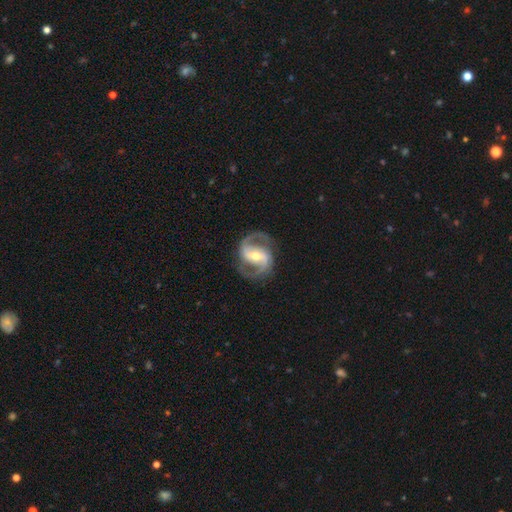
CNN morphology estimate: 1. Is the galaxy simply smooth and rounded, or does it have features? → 92% featured or disk, 4% smooth, 4% star or artifact.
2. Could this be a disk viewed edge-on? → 98% no, 2% yes.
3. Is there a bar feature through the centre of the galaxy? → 44% strong, 39% weak, 16% no.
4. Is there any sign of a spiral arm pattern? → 98% yes, 2% no.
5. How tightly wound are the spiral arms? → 61% medium, 21% tight, 18% loose.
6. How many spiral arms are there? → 93% 2, 2% 3, 2% can't tell, 1% 1, 1% 4, 1% more than 4.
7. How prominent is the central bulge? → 63% moderate, 31% small, 4% large, 1% none, 1% dominant.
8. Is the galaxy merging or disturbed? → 82% none, 12% minor disturbance, 5% major disturbance, 1% merger.